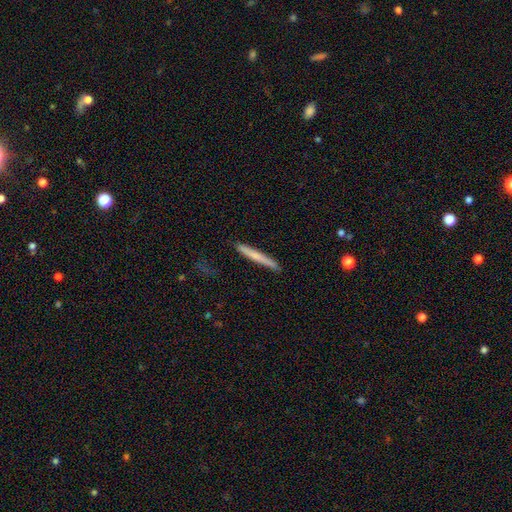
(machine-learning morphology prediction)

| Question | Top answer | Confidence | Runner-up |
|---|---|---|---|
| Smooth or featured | smooth | 63% | featured or disk (31%) |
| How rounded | cigar-shaped | 97% | in between (2%) |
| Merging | none | 89% | minor disturbance (8%) |